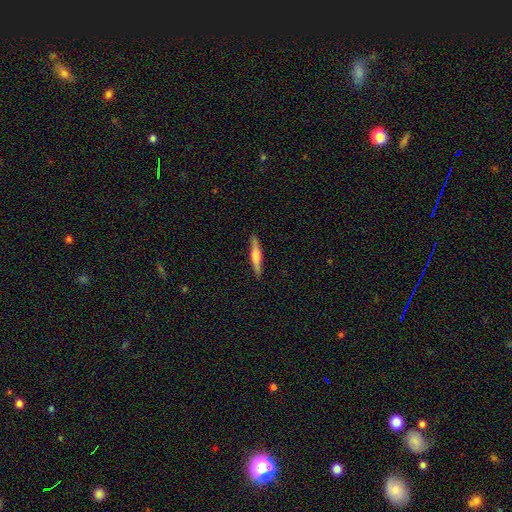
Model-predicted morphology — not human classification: Overall: featured or disk (48%; smooth 47%). Merging: none (89%).